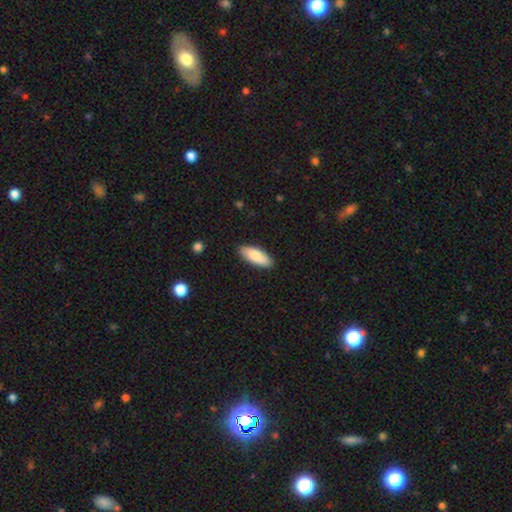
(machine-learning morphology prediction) smooth-or-featured: smooth: 86% | featured or disk: 9% | star or artifact: 5%
  how-rounded: in between: 76% | cigar-shaped: 22% | round: 2%
  merging: none: 88% | minor disturbance: 9% | major disturbance: 2% | merger: 1%